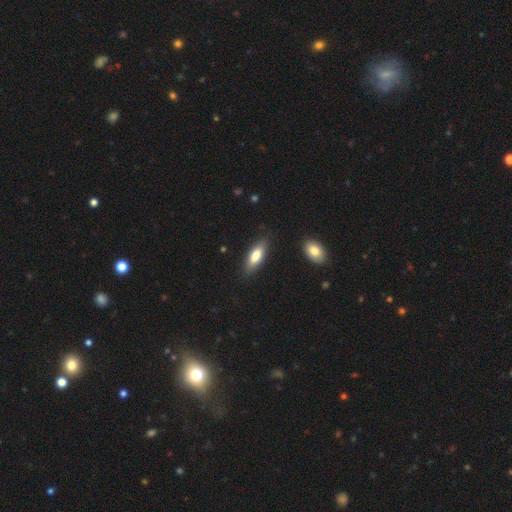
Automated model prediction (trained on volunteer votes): Q: Smooth or featured?
A: smooth (77%); runner-up: featured or disk (17%)
Q: How rounded?
A: in between (62%); runner-up: cigar-shaped (36%)
Q: Merging?
A: none (84%); runner-up: minor disturbance (12%)